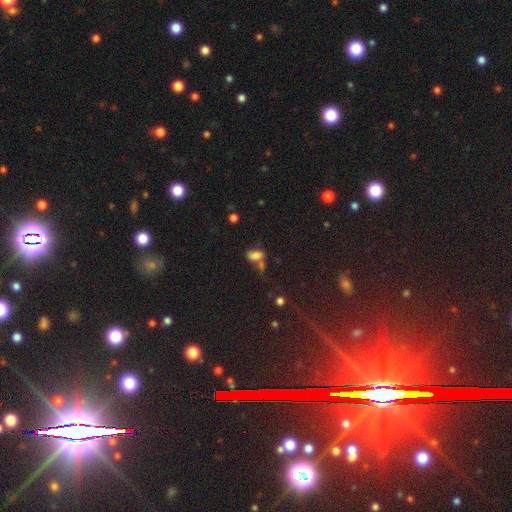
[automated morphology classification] Overall: smooth (75%). How rounded: in between (88%). Merging: none (38%; merger 36%).